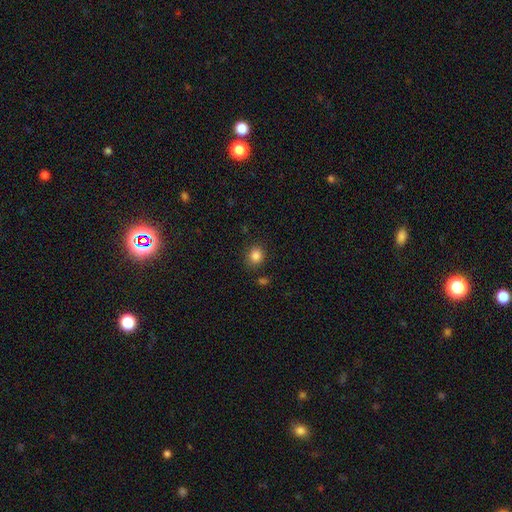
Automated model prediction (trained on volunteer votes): Smooth or featured?
  - smooth: 85% *
  - star or artifact: 11%
  - featured or disk: 4%
How rounded?
  - round: 77% *
  - in between: 22%
  - cigar-shaped: 1%
Merging?
  - none: 84% *
  - minor disturbance: 10%
  - merger: 3%
  - major disturbance: 3%